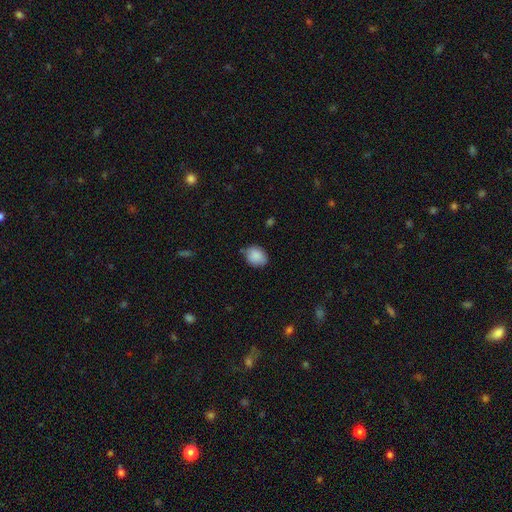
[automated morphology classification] The model was most divided on "how rounded": round: 50%, in between: 49%, cigar-shaped: 1%. More confident: smooth or featured — smooth (88%); merging — none (73%).